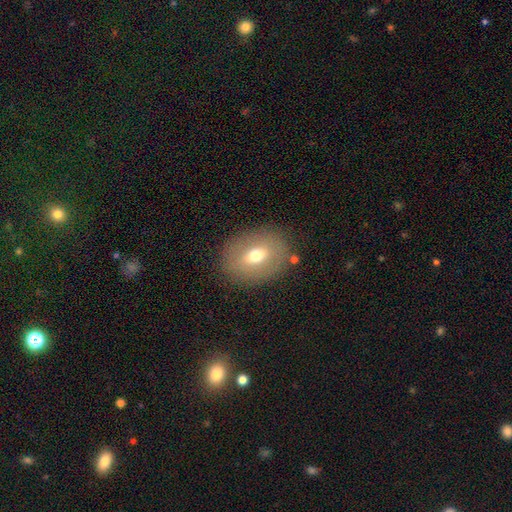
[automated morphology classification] The model was most divided on "how rounded": in between: 58%, round: 41%, cigar-shaped: 1%. More confident: merging — none (84%); smooth or featured — smooth (61%).